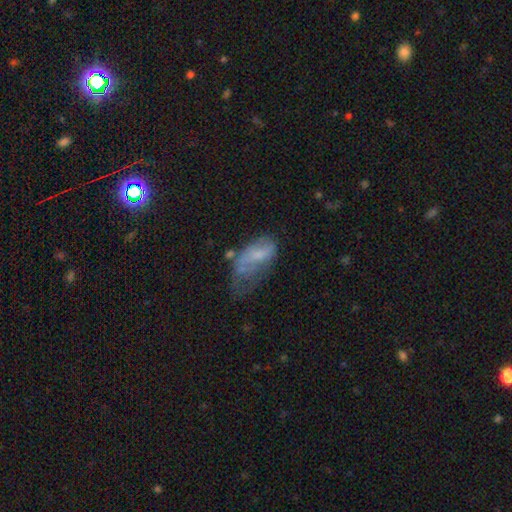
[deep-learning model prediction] The model was most divided on "smooth or featured": smooth: 52%, featured or disk: 37%, star or artifact: 11%. Remaining: how rounded — in between (88%); merging — major disturbance (44%).